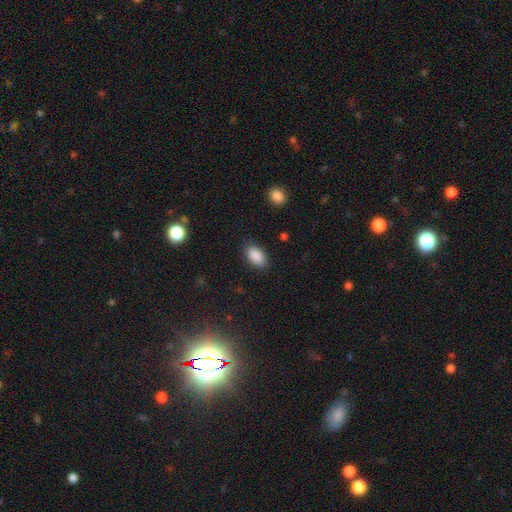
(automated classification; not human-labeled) Q: Smooth or featured?
A: smooth (89%); runner-up: star or artifact (8%)
Q: How rounded?
A: in between (92%); runner-up: round (6%)
Q: Merging?
A: none (85%); runner-up: minor disturbance (11%)